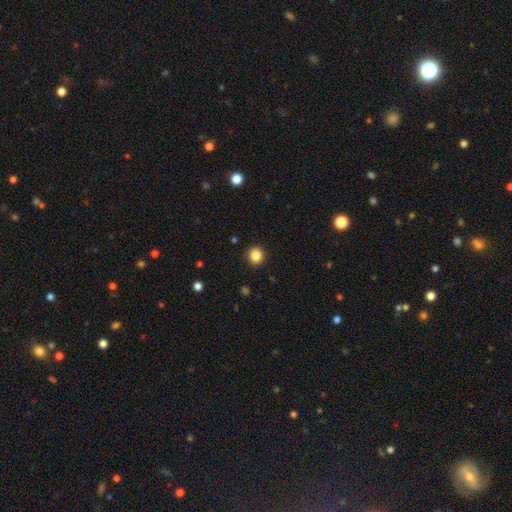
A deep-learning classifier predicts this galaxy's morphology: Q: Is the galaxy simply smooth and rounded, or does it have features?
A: smooth — 86%.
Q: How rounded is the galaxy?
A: round — 82%.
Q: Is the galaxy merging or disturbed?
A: none — 91%.